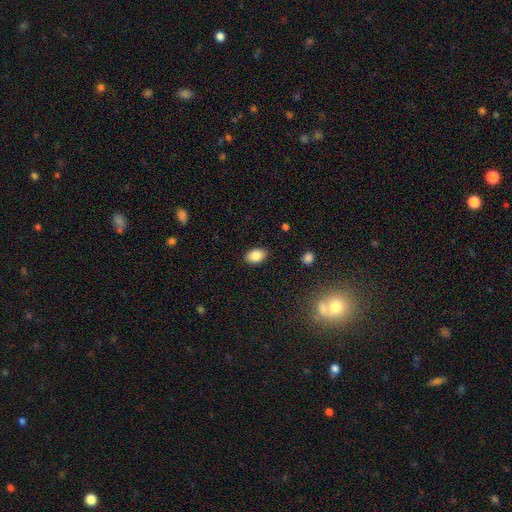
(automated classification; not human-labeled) The model was most divided on "how rounded": in between: 86%, round: 13%, cigar-shaped: 1%. More confident: merging — none (88%); smooth or featured — smooth (86%).